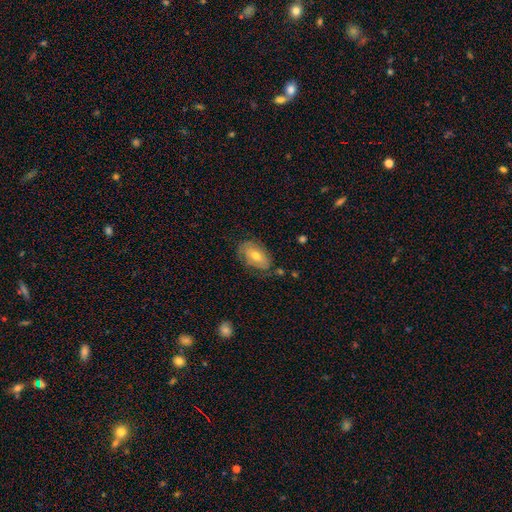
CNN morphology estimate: Smooth or featured? smooth (51%)
How rounded? in between (89%)
Merging? none (63%)